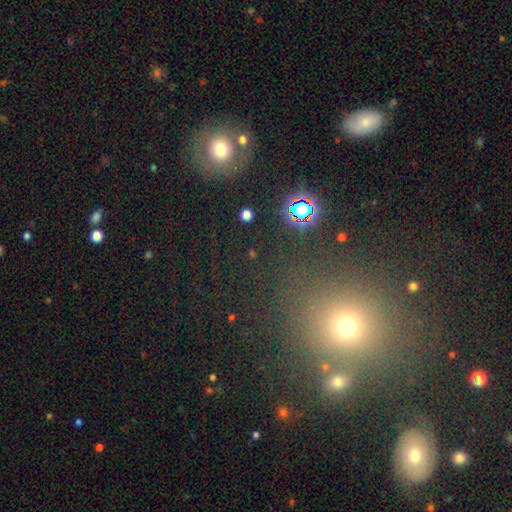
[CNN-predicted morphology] Overall: star or artifact (44%, tied with smooth).